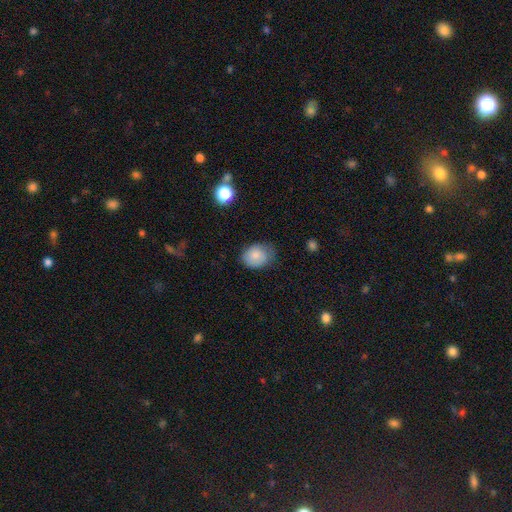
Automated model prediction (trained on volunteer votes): Smooth or featured? smooth (81%)
How rounded? in between (52%)
Merging? none (61%)